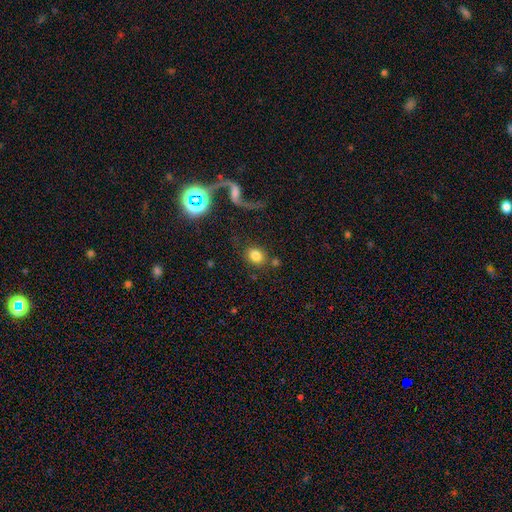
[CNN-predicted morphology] smooth 77%, featured or disk 12%, star or artifact 11%. Down the decision tree: how rounded — round (62%); merging — none (74%).